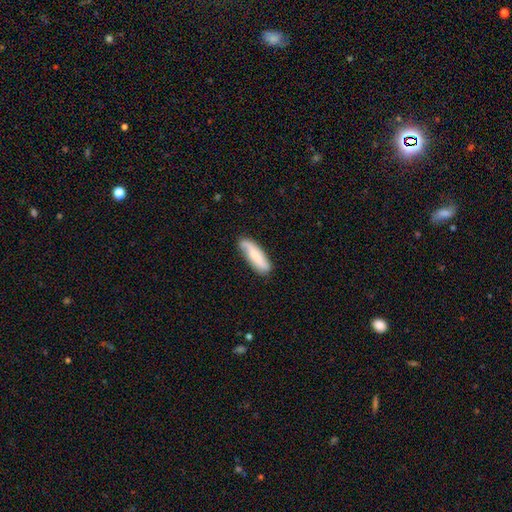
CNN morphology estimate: A smooth galaxy with no disk features (62%) that is cigar-shaped (57%). Merging: none (78%).